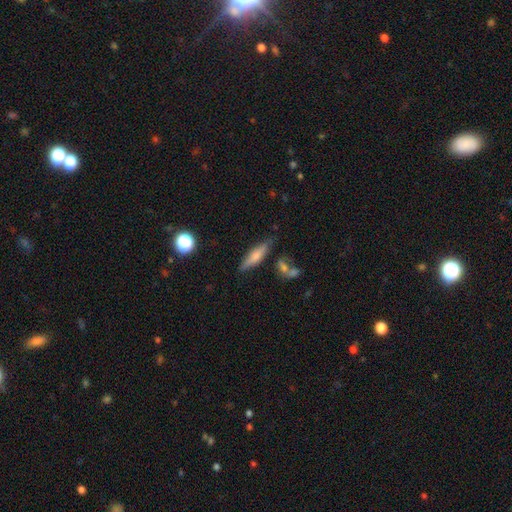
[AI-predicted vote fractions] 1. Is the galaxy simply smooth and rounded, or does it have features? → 59% smooth, 33% featured or disk, 8% star or artifact.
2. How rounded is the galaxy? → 69% cigar-shaped, 28% in between, 3% round.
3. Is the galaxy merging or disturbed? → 74% none, 16% minor disturbance, 6% merger, 4% major disturbance.